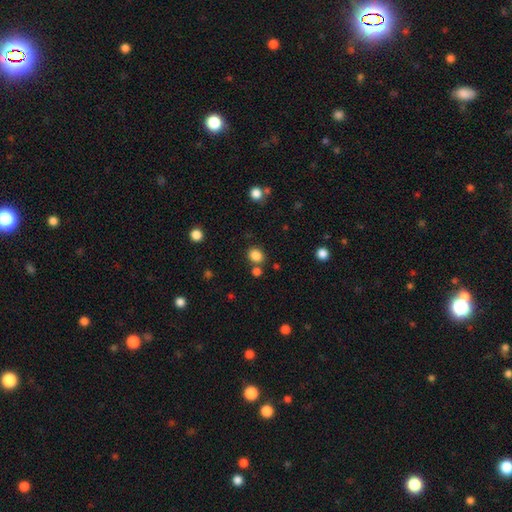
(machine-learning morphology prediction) This is clearly a smooth galaxy (84%). How rounded: likely round (62%). Merging: likely none (74%).